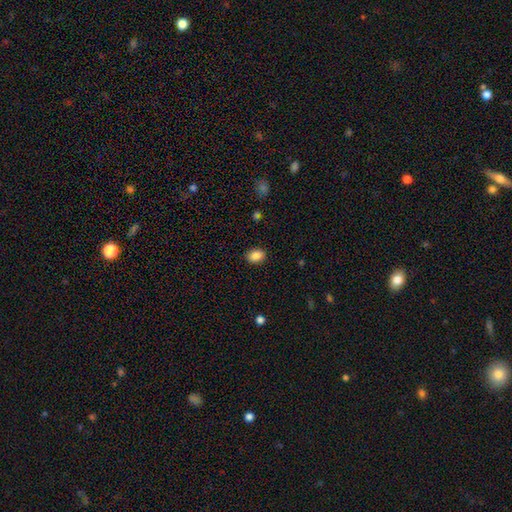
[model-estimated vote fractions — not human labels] Overall: smooth (87%). How rounded: in between (72%). Merging: none (88%).